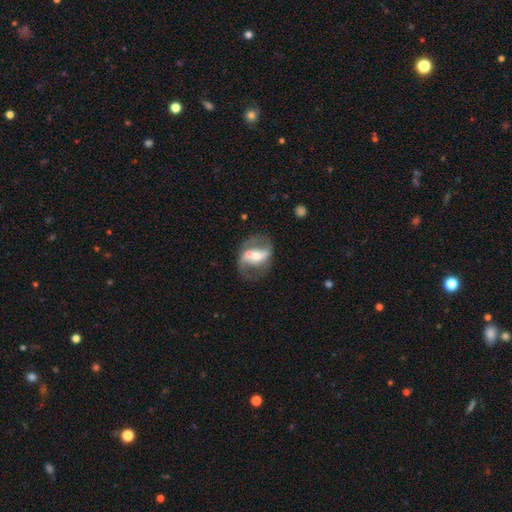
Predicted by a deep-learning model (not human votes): Morphology: type=featured or disk (76%); edge-on=no (95%); bar=strong (44%); spiral arms=yes (80%); winding=loose (50%); arm count=2 (85%); bulge=moderate (54%); merging=none (57%).